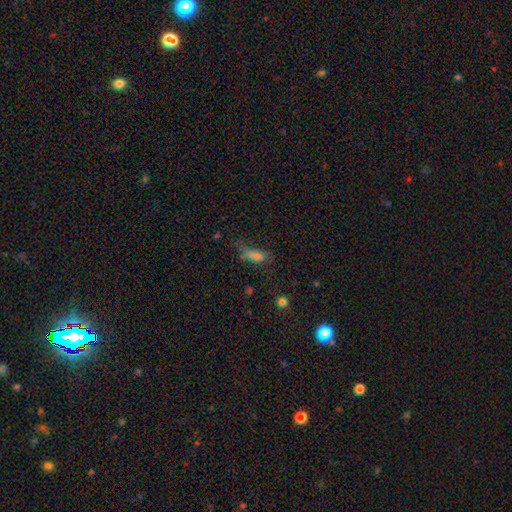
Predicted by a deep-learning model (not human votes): Smooth or featured?
  - smooth: 59% *
  - star or artifact: 21%
  - featured or disk: 20%
How rounded?
  - in between: 62% *
  - cigar-shaped: 32%
  - round: 6%
Merging?
  - none: 40% *
  - major disturbance: 26%
  - minor disturbance: 26%
  - merger: 7%